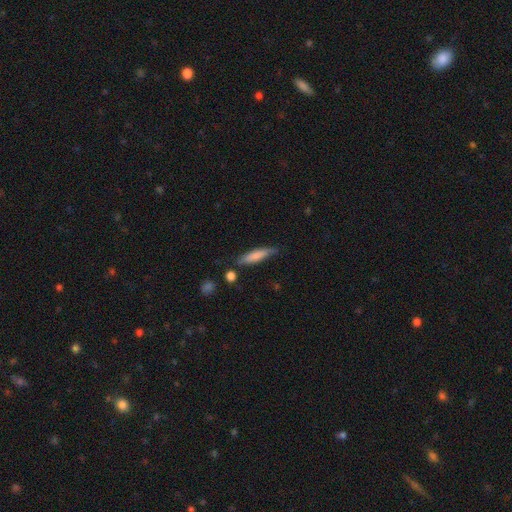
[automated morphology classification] A smooth galaxy with no disk features (75%) that is cigar-shaped (80%). Merging: none (73%).